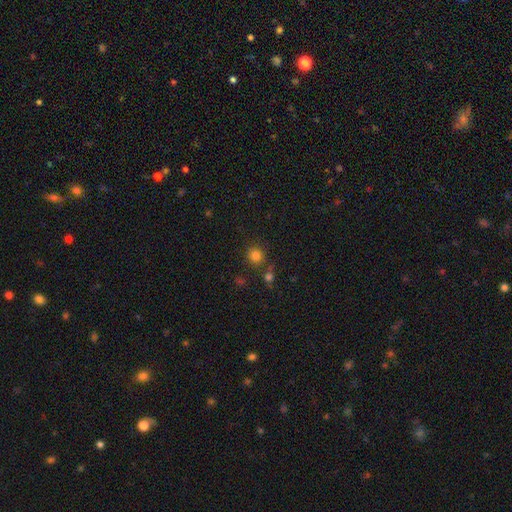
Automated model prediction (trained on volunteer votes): smooth 81%, star or artifact 14%, featured or disk 5%. Down the decision tree: how rounded — round (88%); merging — none (78%).